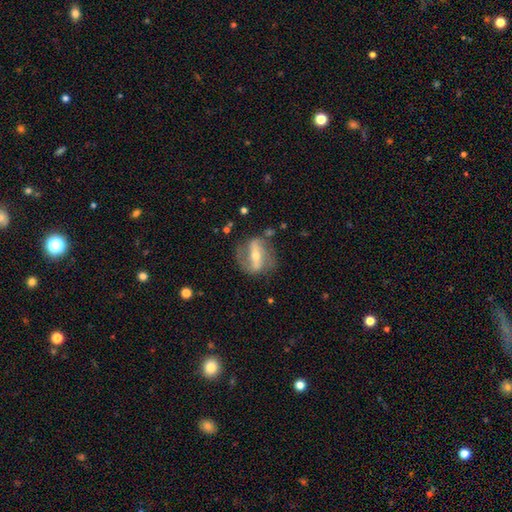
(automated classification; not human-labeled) This appears to be a featured or disk galaxy (80%) with a strong bar (68%), 2 (84%) medium (40%) spiral arms (79%) and a moderate central bulge (52%). Merging: none (71%).